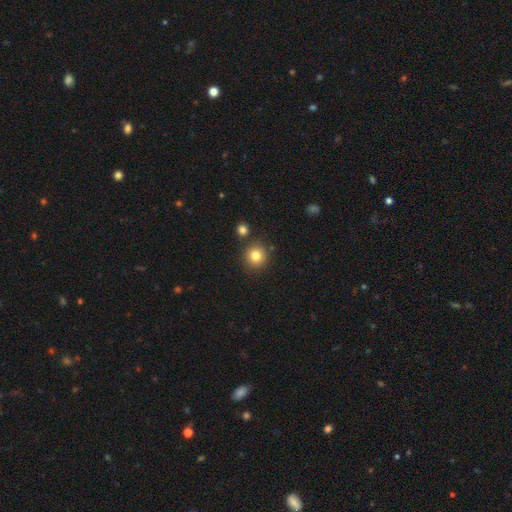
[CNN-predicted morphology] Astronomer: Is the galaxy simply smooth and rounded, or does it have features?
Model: smooth — 81%.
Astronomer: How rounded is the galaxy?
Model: round — 93%.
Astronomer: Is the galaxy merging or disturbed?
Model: none — 84%.